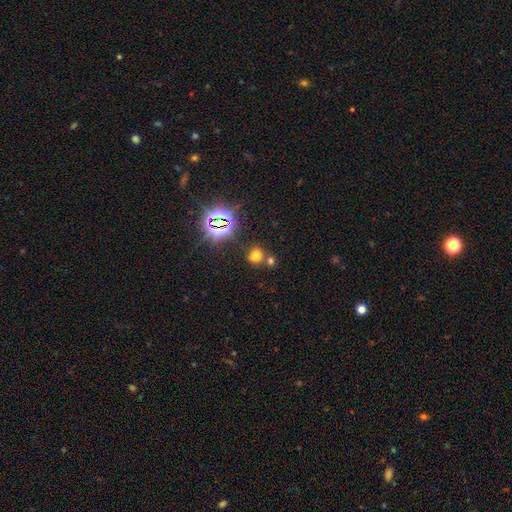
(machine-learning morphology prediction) The model was most divided on "smooth or featured": smooth: 59%, star or artifact: 33%, featured or disk: 8%. More confident: how rounded — round (65%); merging — none (61%).